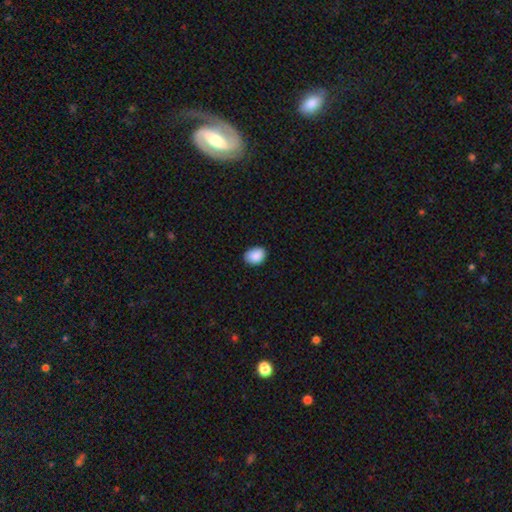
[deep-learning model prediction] smooth 89%, star or artifact 7%, featured or disk 3%. Down the decision tree: how rounded — in between (68%); merging — none (86%).